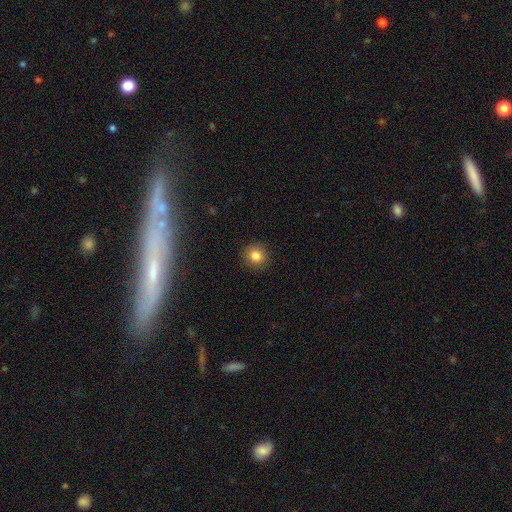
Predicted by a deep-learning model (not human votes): Smooth or featured: smooth — 84% (star or artifact — 11%)
How rounded: round — 88% (in between — 11%)
Merging: none — 91% (minor disturbance — 6%)